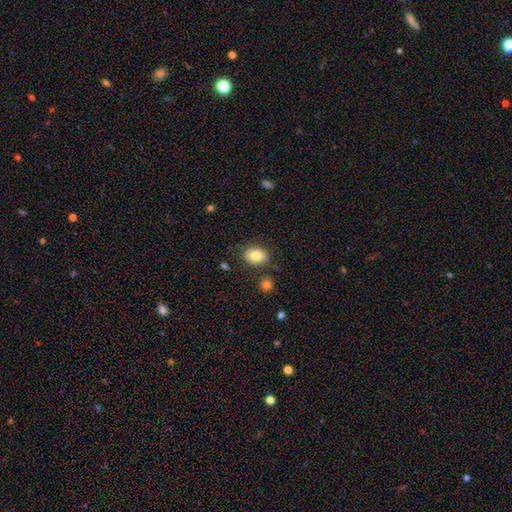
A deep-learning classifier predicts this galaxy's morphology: smooth 83%, featured or disk 9%, star or artifact 8%. Down the decision tree: how rounded — in between (78%); merging — none (81%).